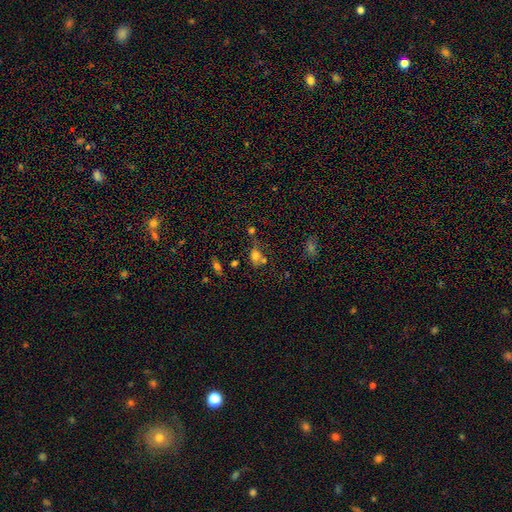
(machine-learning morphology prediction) Q: Smooth or featured?
A: smooth (71%); runner-up: star or artifact (15%)
Q: How rounded?
A: in between (50%); runner-up: round (47%)
Q: Merging?
A: none (40%); runner-up: merger (31%)